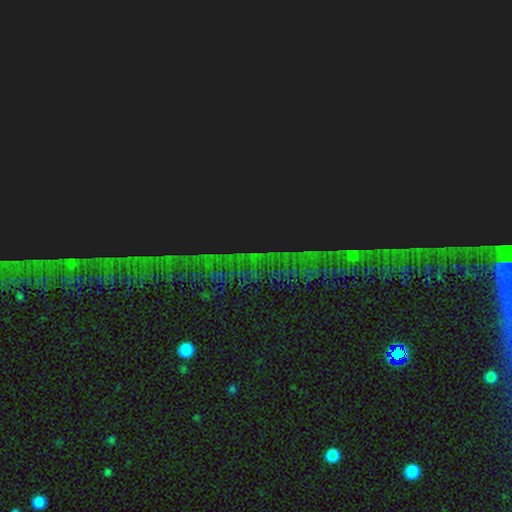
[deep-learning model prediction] A star or artifact, not a galaxy (86%).